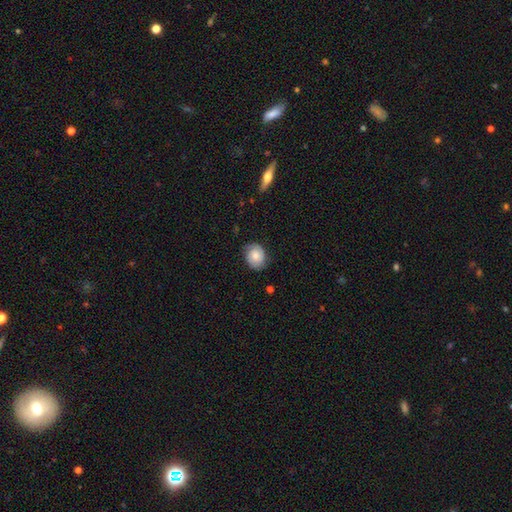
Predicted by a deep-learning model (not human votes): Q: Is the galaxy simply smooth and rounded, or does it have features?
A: featured or disk — 47%.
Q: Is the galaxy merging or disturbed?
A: none — 77%.